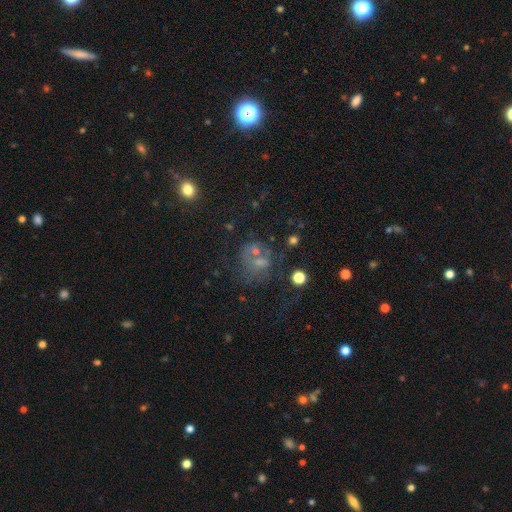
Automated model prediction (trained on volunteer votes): smooth 36%, featured or disk 33%, star or artifact 32%. Down the decision tree: merging — none (47%).